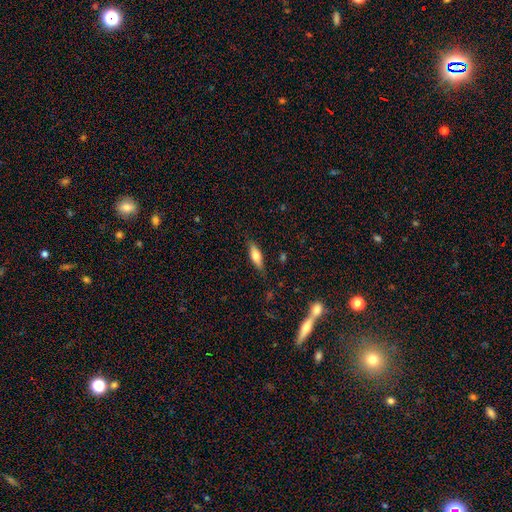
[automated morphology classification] Smooth or featured: smooth — 67% (featured or disk — 26%)
How rounded: in between — 51% (cigar-shaped — 47%)
Merging: none — 81% (minor disturbance — 14%)